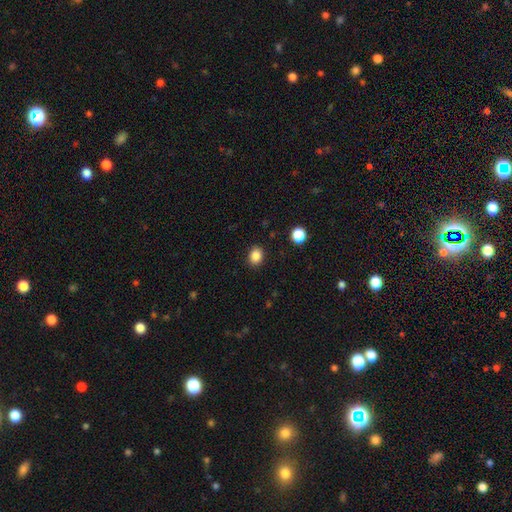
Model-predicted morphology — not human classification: A smooth galaxy with no disk features (86%) that is round (54%).

Vote fractions:
- Smooth or featured? smooth: 86% / star or artifact: 11% / featured or disk: 4%
- How rounded? round: 54% / in between: 46% / cigar-shaped: 1%
- Merging? none: 89% / minor disturbance: 7% / major disturbance: 2% / merger: 1%